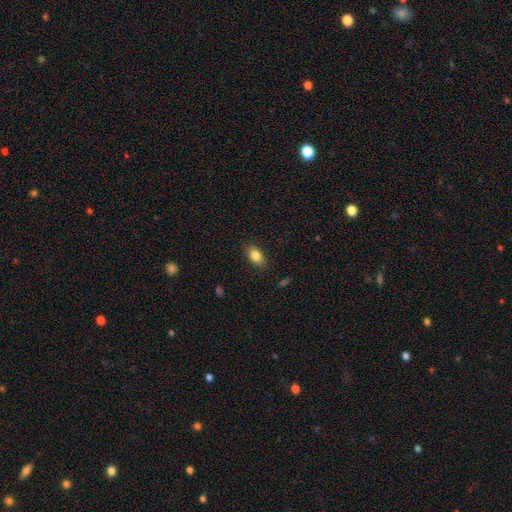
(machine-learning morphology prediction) The model was most divided on "smooth or featured": smooth: 85%, star or artifact: 8%, featured or disk: 7%. More confident: how rounded — in between (89%); merging — none (87%).